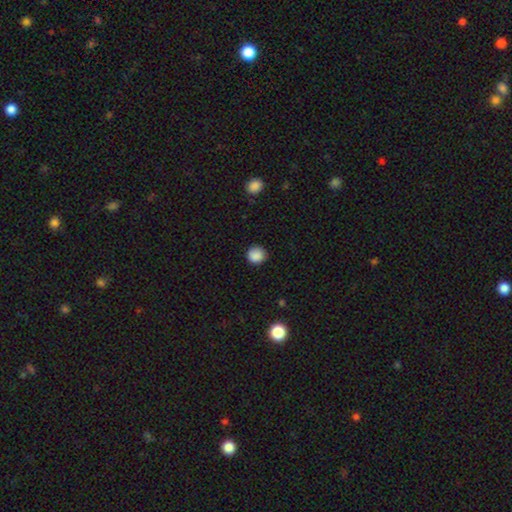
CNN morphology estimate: Overall: smooth (87%). How rounded: round (91%). Merging: none (86%).